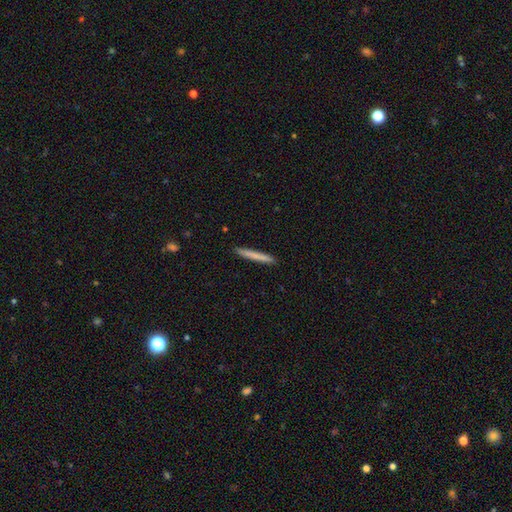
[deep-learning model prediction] smooth_or_featured: smooth (p=0.74) [alt: featured or disk p=0.20]
how_rounded: cigar-shaped (p=0.97) [alt: in between p=0.02]
merging: none (p=0.92) [alt: minor disturbance p=0.06]